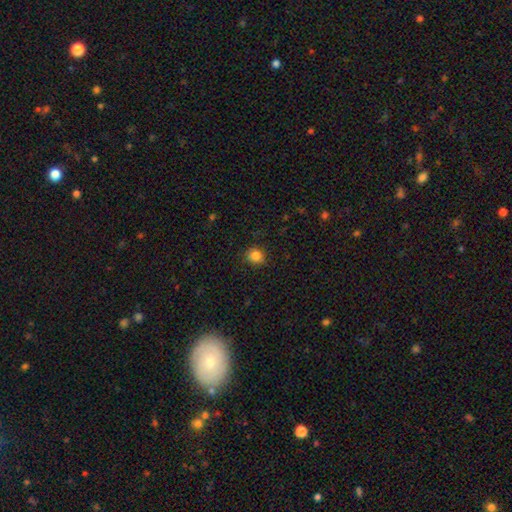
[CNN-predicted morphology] This appears to be a smooth galaxy with no disk features (84%) that is round (81%). Merging: none (86%).